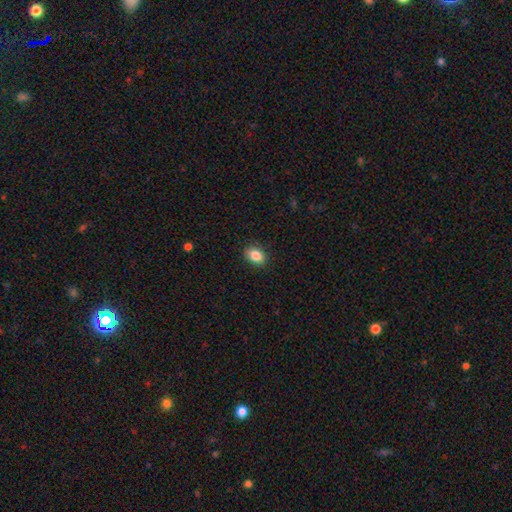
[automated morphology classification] A smooth galaxy with no disk features (86%) that is in between round and cigar-shaped (72%).

Vote fractions:
- Smooth or featured? smooth: 86% / star or artifact: 9% / featured or disk: 5%
- How rounded? in between: 72% / round: 27% / cigar-shaped: 1%
- Merging? none: 89% / minor disturbance: 8% / major disturbance: 2% / merger: 1%